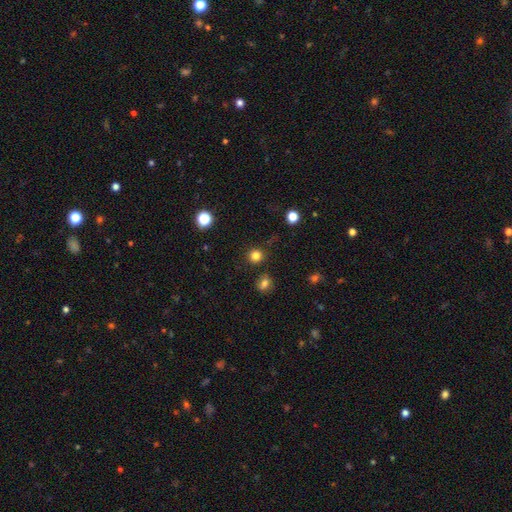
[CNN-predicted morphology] This appears to be a smooth galaxy with no disk features (81%) that is round (92%). Merging: none (85%).